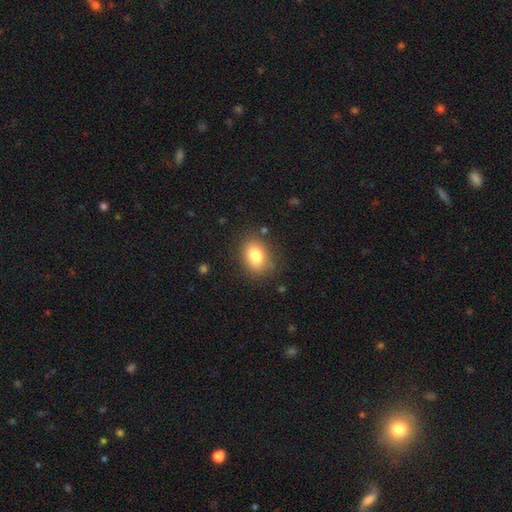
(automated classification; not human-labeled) A smooth galaxy with no disk features (81%) that is in between round and cigar-shaped (75%).

Vote fractions:
- Smooth or featured? smooth: 81% / featured or disk: 10% / star or artifact: 9%
- How rounded? in between: 75% / round: 23% / cigar-shaped: 1%
- Merging? none: 82% / minor disturbance: 12% / major disturbance: 4% / merger: 2%